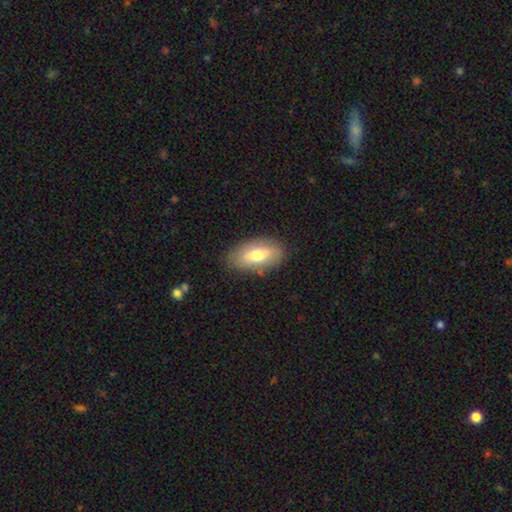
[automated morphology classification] type=smooth (69%); roundness=in between (91%); merging=none (82%).